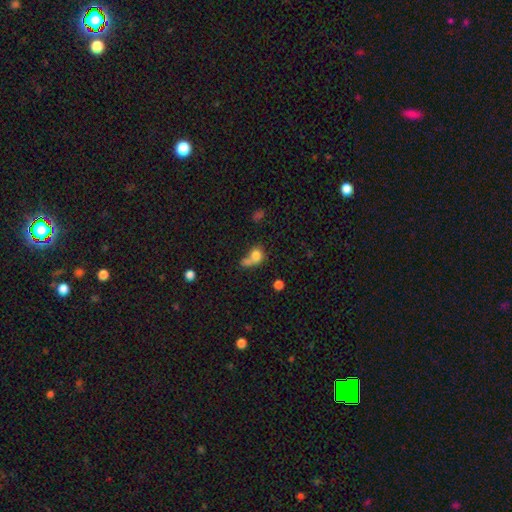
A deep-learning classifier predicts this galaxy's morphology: This is likely a smooth galaxy (78%). How rounded: possibly round (57%). Merging: possibly merger (53%).